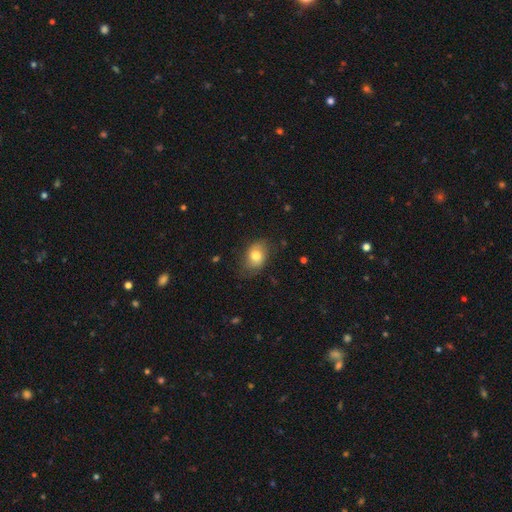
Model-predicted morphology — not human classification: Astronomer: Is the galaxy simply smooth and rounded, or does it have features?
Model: smooth — 74%.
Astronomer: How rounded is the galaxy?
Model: in between — 73%.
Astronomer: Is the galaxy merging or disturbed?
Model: none — 69%.